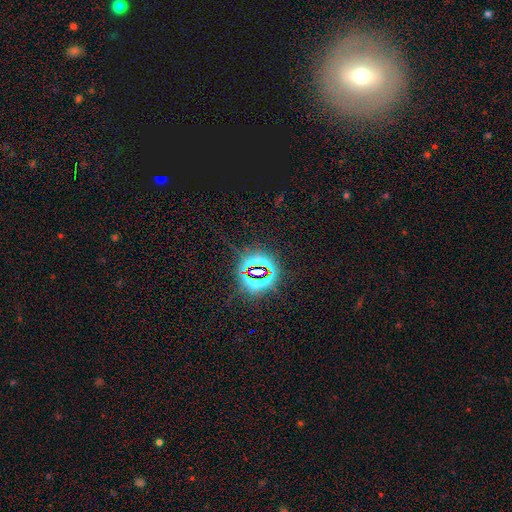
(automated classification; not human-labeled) This appears to be a star or artifact, not a galaxy (67%).